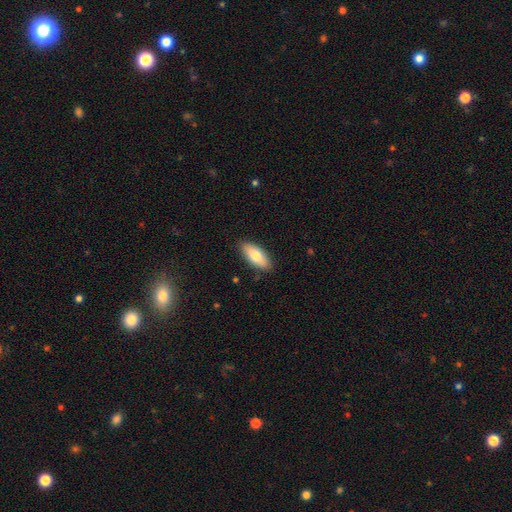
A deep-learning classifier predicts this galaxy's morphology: smooth 75%, featured or disk 19%, star or artifact 6%. Down the decision tree: how rounded — in between (83%); merging — none (87%).